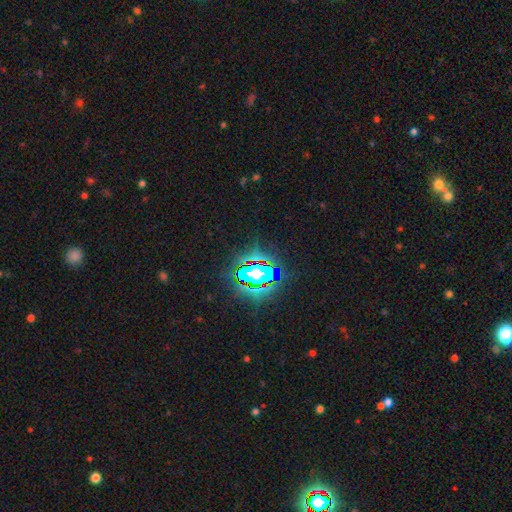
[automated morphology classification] A star or artifact, not a galaxy (83%).